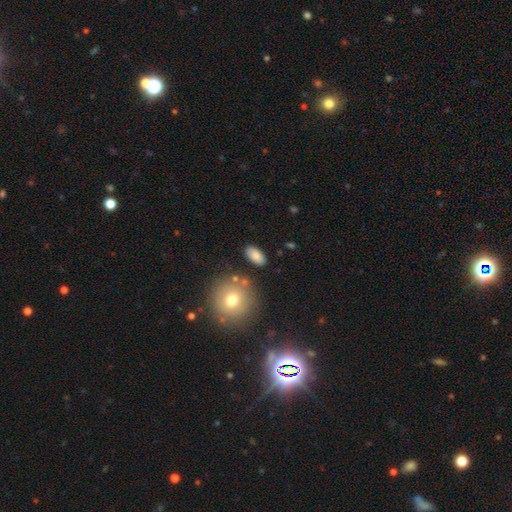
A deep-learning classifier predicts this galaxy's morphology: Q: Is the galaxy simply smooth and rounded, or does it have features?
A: smooth — 84%.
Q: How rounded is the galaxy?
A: in between — 91%.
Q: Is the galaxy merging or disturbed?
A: none — 84%.